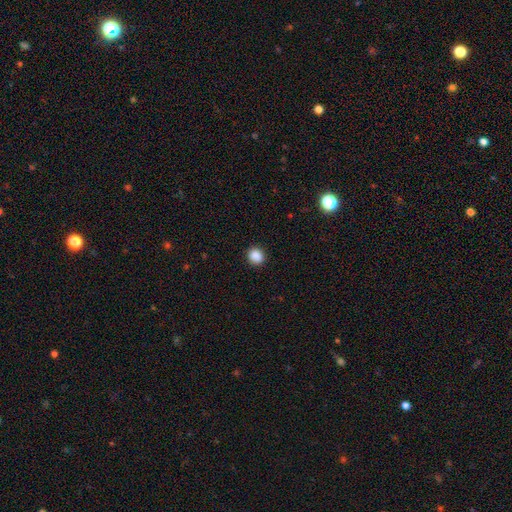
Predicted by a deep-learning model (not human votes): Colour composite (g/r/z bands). It shows a smooth galaxy with no disk features (87%) that is round (79%). Merging: none (89%).